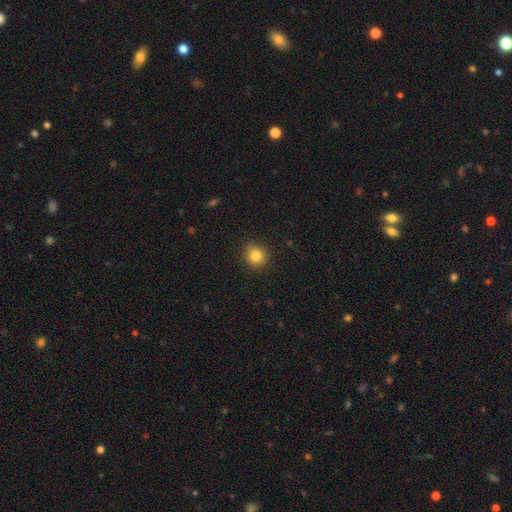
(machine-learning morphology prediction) A smooth galaxy with no disk features (84%) that is round (90%). Merging: none (90%).